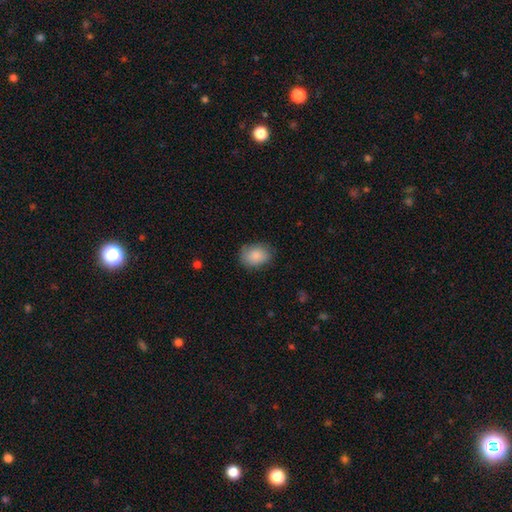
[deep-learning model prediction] Overall: smooth (86%). How rounded: in between (66%; round 34%). Merging: none (78%).